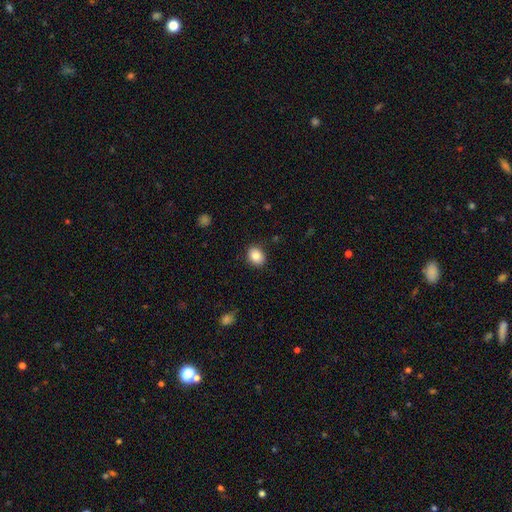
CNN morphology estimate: smooth 85%, star or artifact 9%, featured or disk 6%. Down the decision tree: how rounded — round (53%); merging — none (87%).